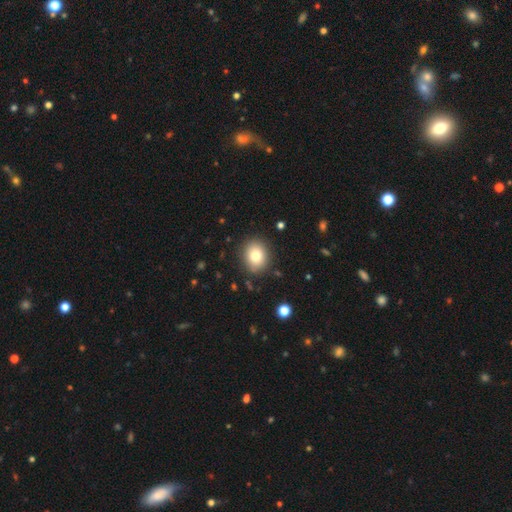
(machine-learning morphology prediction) Smooth or featured? Predicted: smooth (p=0.79). How rounded? Predicted: round (p=0.65). Merging? Predicted: none (p=0.87).